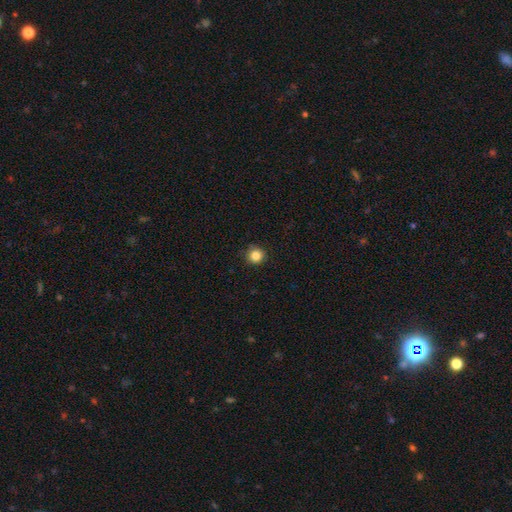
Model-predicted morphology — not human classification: Overall: smooth (85%). How rounded: round (95%). Merging: none (89%).